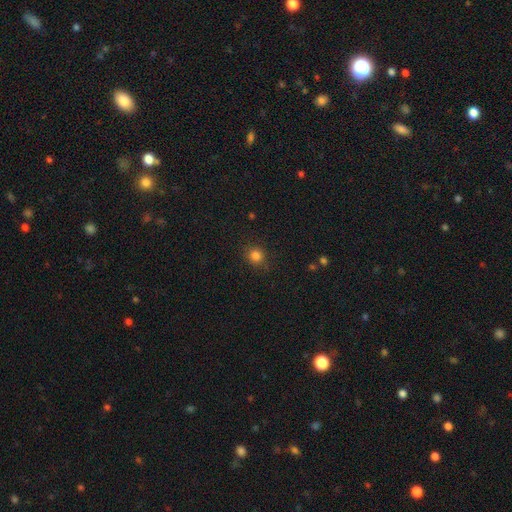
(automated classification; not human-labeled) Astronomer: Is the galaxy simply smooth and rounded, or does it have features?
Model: smooth — 82%.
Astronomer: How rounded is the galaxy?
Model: round — 86%.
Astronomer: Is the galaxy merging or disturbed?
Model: none — 86%.